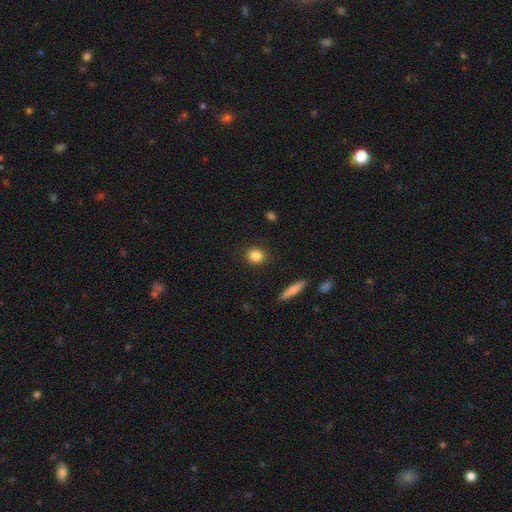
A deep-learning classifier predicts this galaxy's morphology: smooth_or_featured: smooth (p=0.84) [alt: star or artifact p=0.09]
how_rounded: round (p=0.74) [alt: in between p=0.24]
merging: none (p=0.90) [alt: minor disturbance p=0.06]